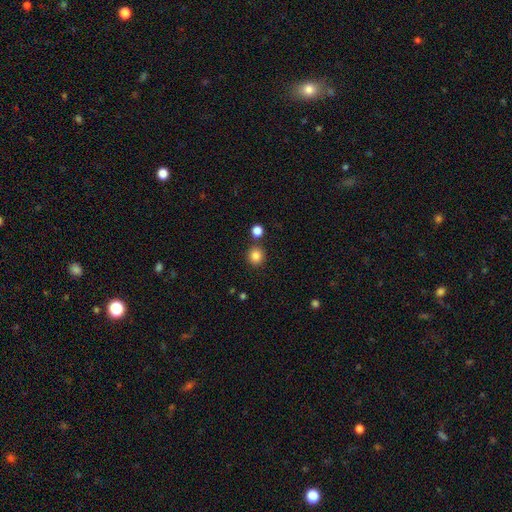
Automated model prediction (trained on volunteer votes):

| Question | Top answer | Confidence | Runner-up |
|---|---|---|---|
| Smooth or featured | smooth | 84% | star or artifact (11%) |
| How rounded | round | 90% | in between (9%) |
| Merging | none | 84% | merger (7%) |